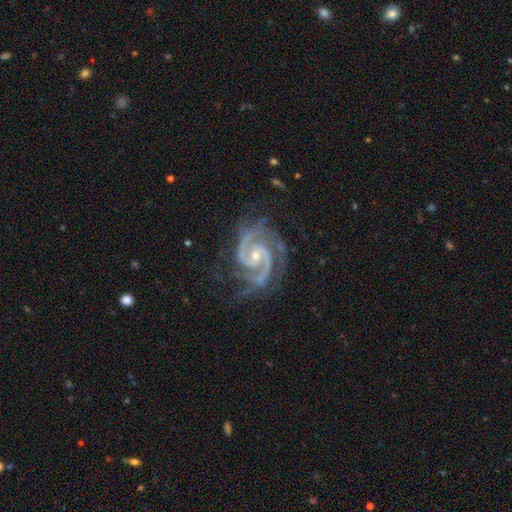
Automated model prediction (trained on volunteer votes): Smooth or featured: featured or disk — 94% (star or artifact — 4%)
Edge-on disk: no — 98% (yes — 2%)
Bar: no — 55% (weak — 32%)
Spiral arms: yes — 99% (no — 1%)
Spiral winding: tight — 52% (medium — 44%)
Spiral arm count: 2 — 84% (3 — 9%)
Bulge size: small — 65% (moderate — 31%)
Merging: none — 72% (minor disturbance — 19%)